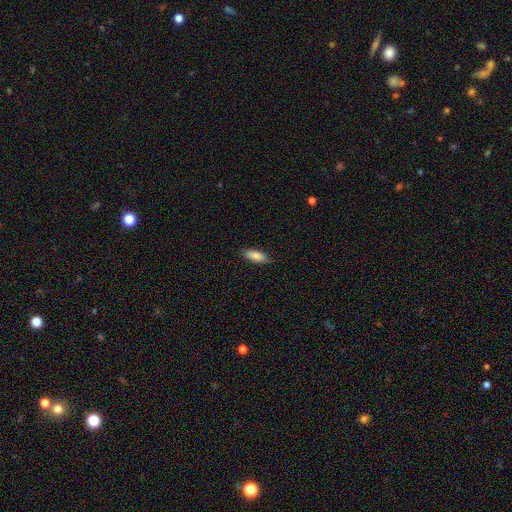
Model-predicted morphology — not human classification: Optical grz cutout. It shows a smooth galaxy with no disk features (85%) that is in between round and cigar-shaped (76%). Merging: none (82%).